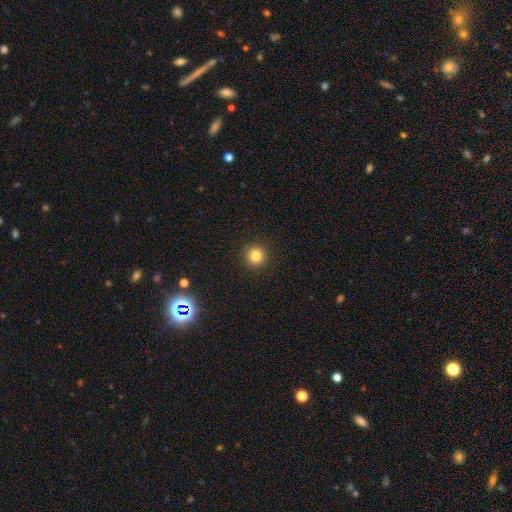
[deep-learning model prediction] A smooth galaxy with no disk features (83%) that is round (94%). Merging: none (92%).